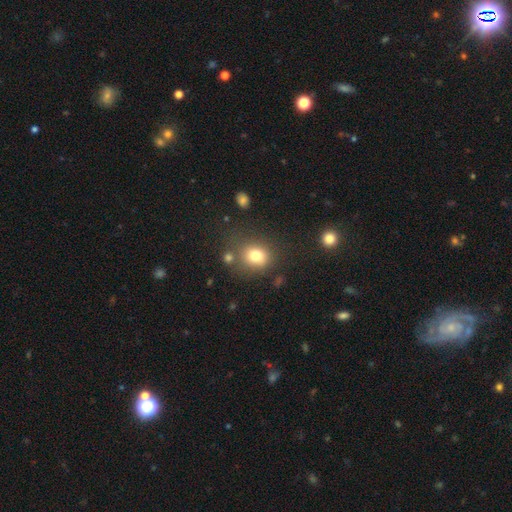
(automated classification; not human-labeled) smooth 78%, star or artifact 13%, featured or disk 9%. Down the decision tree: how rounded — round (75%); merging — none (70%).